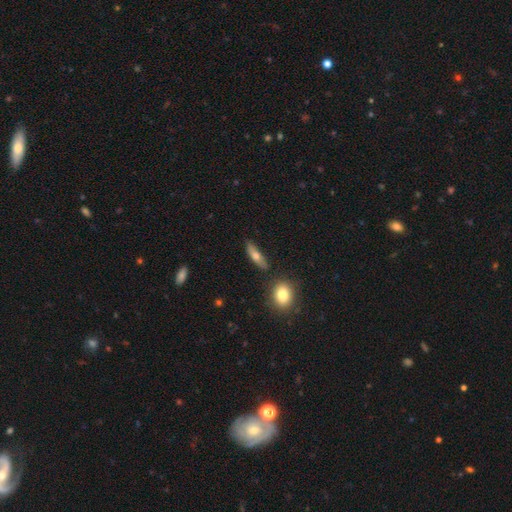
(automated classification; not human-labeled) Overall: smooth (61%; featured or disk 31%). How rounded: cigar-shaped (52%; in between 43%). Merging: none (79%).